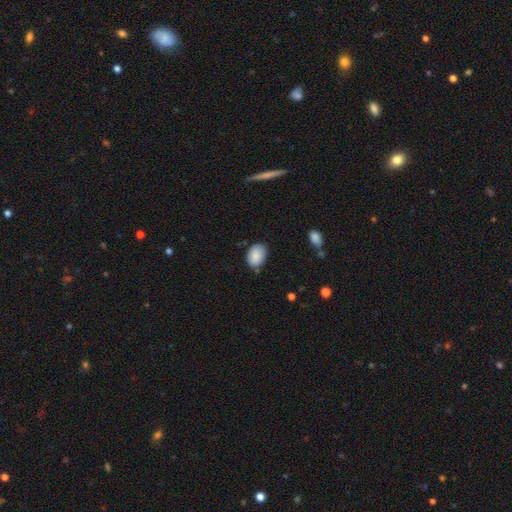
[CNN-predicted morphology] Overall: smooth (87%). How rounded: in between (79%). Merging: none (69%).